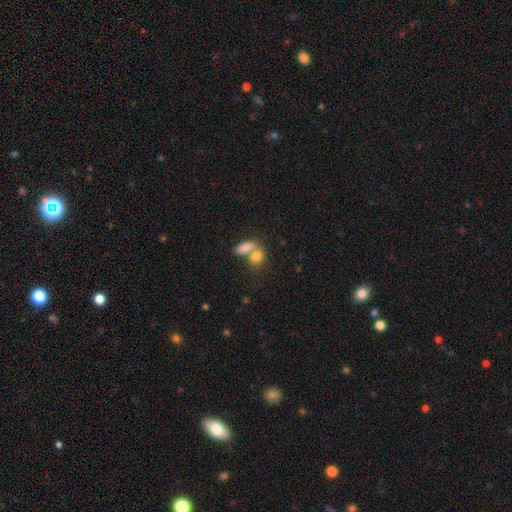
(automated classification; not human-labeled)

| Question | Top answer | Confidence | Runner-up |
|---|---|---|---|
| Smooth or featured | smooth | 78% | featured or disk (11%) |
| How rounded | in between | 73% | round (22%) |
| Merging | merger | 54% | none (33%) |